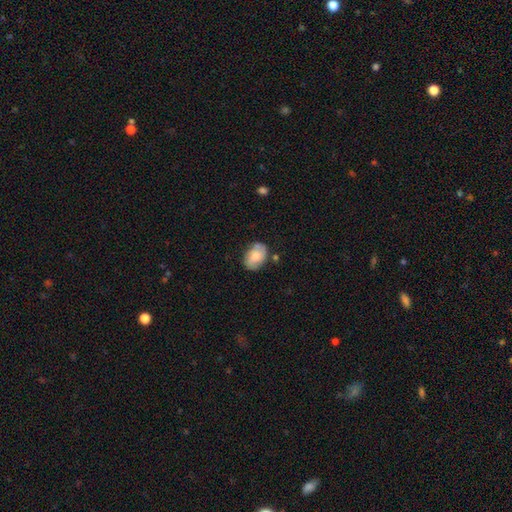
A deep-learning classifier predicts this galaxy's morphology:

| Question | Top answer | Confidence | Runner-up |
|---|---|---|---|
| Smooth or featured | smooth | 58% | featured or disk (34%) |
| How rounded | in between | 80% | round (19%) |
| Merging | none | 69% | minor disturbance (22%) |